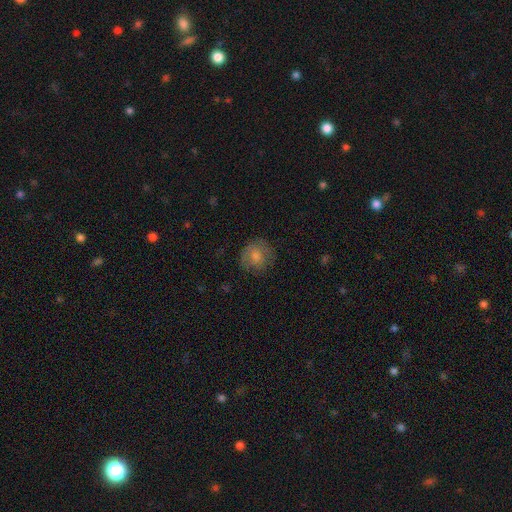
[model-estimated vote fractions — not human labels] Smooth or featured? smooth (71%)
How rounded? round (87%)
Merging? none (73%)